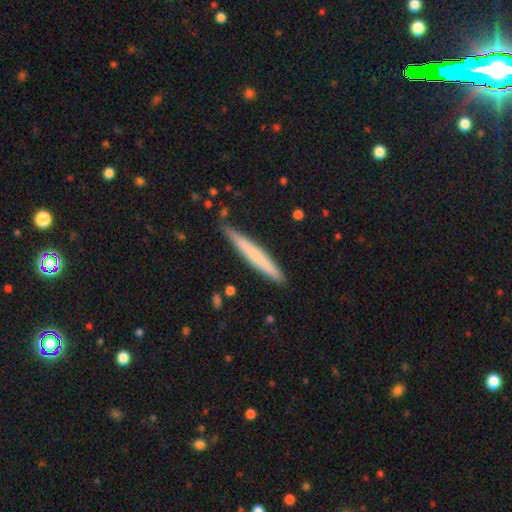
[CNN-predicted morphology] This appears to be a smooth galaxy with no disk features (65%) that is cigar-shaped (96%). Merging: none (85%).